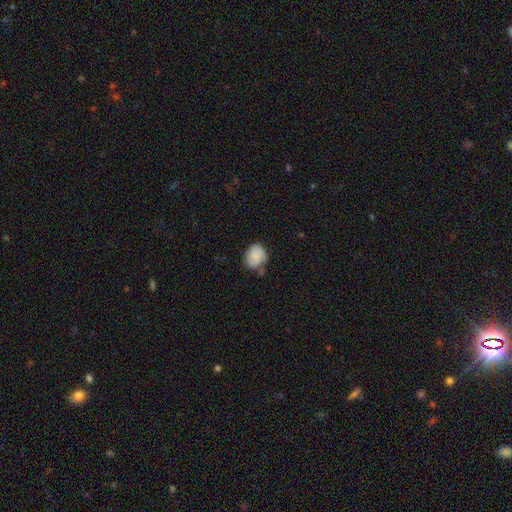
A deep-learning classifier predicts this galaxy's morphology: A smooth galaxy with no disk features (81%) that is round (51%). Merging: none (51%).